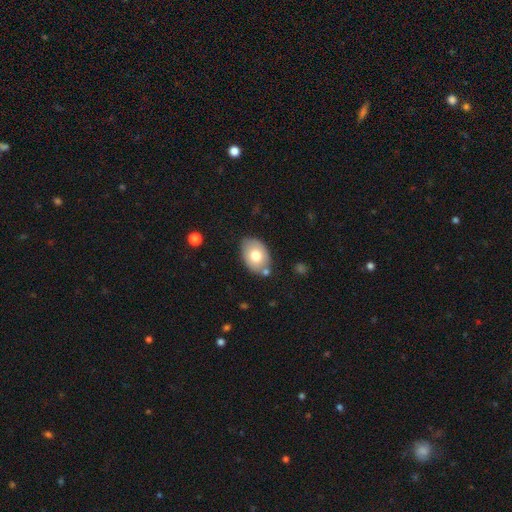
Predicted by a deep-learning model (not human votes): smooth 72%, featured or disk 22%, star or artifact 7%. Down the decision tree: how rounded — in between (85%); merging — none (76%).